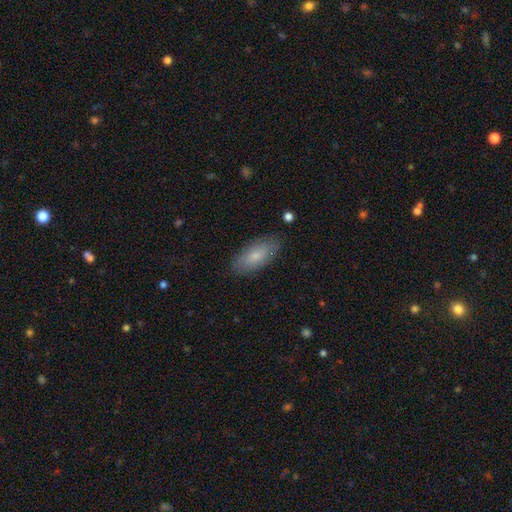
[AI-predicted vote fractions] A smooth galaxy with no disk features (77%) that is in between round and cigar-shaped (88%). Merging: none (84%).